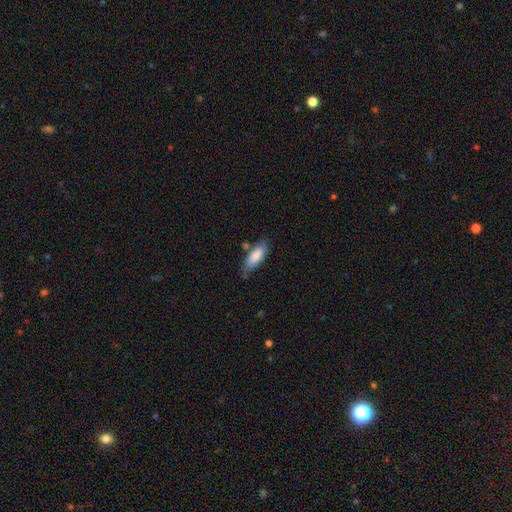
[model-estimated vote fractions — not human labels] Morphology: type=smooth (82%); roundness=in between (70%); merging=none (66%).